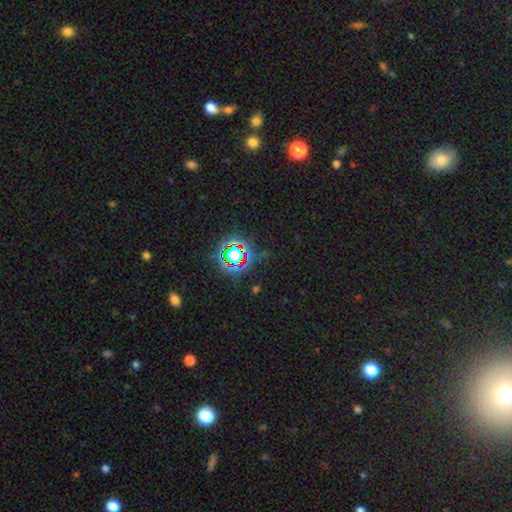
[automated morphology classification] star or artifact 78%, smooth 14%, featured or disk 8%.